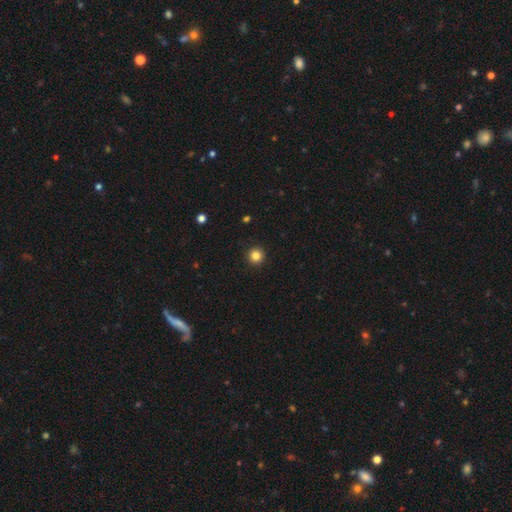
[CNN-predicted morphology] A smooth galaxy with no disk features (84%) that is round (96%). Merging: none (93%).